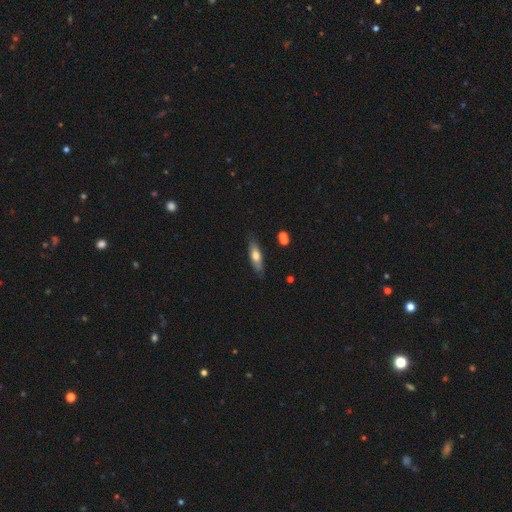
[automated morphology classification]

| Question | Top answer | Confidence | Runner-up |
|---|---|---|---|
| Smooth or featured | smooth | 60% | featured or disk (33%) |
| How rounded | cigar-shaped | 54% | in between (43%) |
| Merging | none | 81% | minor disturbance (14%) |